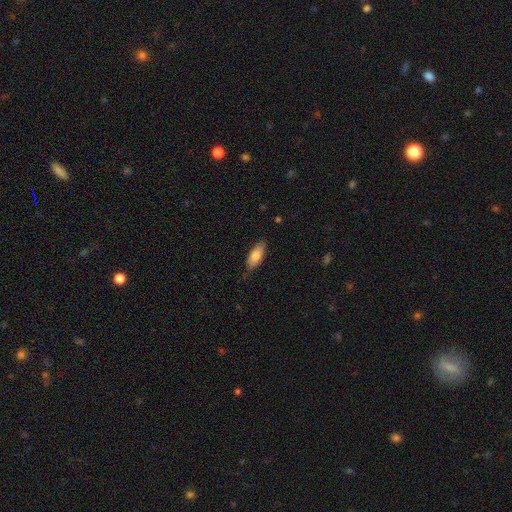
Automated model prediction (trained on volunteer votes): smooth_or_featured: smooth (p=0.79) [alt: featured or disk p=0.14]
how_rounded: in between (p=0.76) [alt: cigar-shaped p=0.22]
merging: none (p=0.81) [alt: minor disturbance p=0.16]